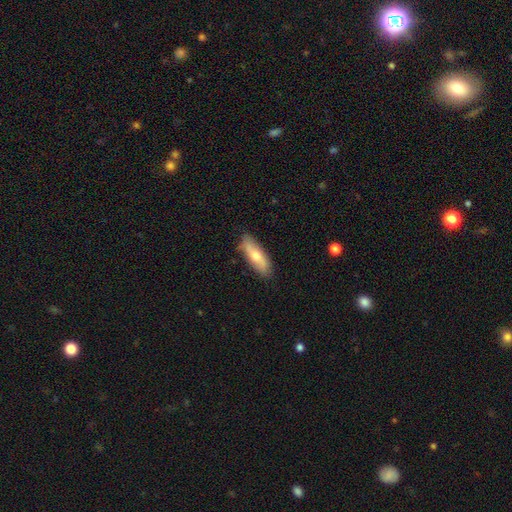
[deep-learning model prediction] smooth_or_featured: smooth (p=0.61) [alt: featured or disk p=0.33]
how_rounded: in between (p=0.52) [alt: cigar-shaped p=0.45]
merging: none (p=0.84) [alt: minor disturbance p=0.13]